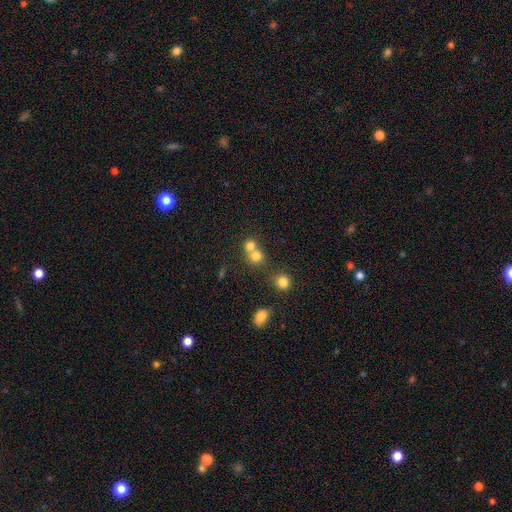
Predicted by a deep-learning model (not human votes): Overall: smooth (76%). How rounded: round (80%). Merging: merger (52%; none 39%).